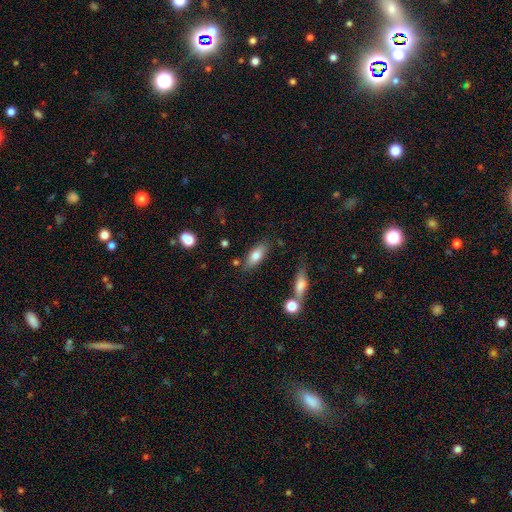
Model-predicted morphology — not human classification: A smooth galaxy with no disk features (77%) that is in between round and cigar-shaped (80%). Merging: none (78%).